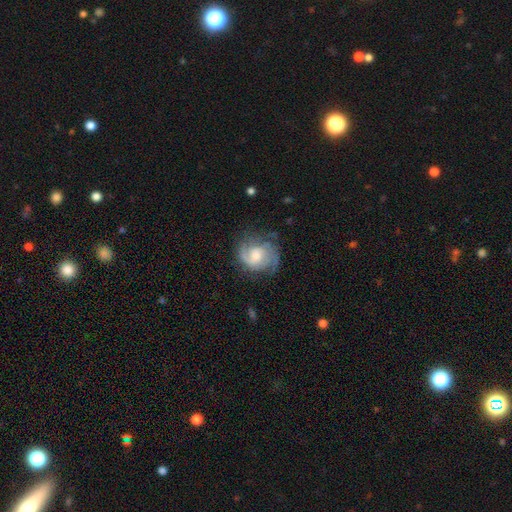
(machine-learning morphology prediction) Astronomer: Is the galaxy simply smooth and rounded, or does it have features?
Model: featured or disk — 77%.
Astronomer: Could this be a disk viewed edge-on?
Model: no — 98%.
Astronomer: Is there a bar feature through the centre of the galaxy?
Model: no — 57% (runner-up: weak, 38%).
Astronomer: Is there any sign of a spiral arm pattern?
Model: yes — 94%.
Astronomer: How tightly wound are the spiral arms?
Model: medium — 44% (runner-up: tight, 39%).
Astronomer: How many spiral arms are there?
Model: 2 — 54%.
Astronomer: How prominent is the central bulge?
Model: moderate — 53%.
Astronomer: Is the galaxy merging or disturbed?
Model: none — 66%.